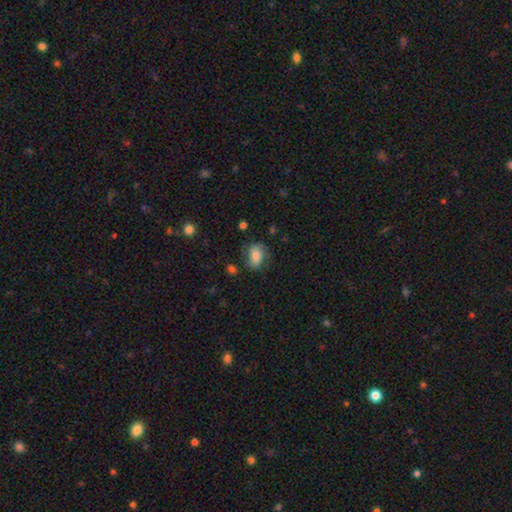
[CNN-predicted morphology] This is likely a smooth galaxy (70%). How rounded: likely in between (76%). Merging: likely none (63%).